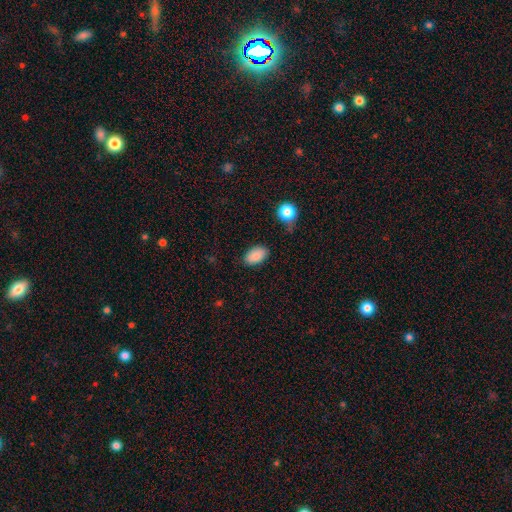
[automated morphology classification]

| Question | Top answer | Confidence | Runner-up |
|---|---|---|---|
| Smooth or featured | smooth | 87% | star or artifact (8%) |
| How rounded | in between | 92% | round (7%) |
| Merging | none | 82% | minor disturbance (13%) |